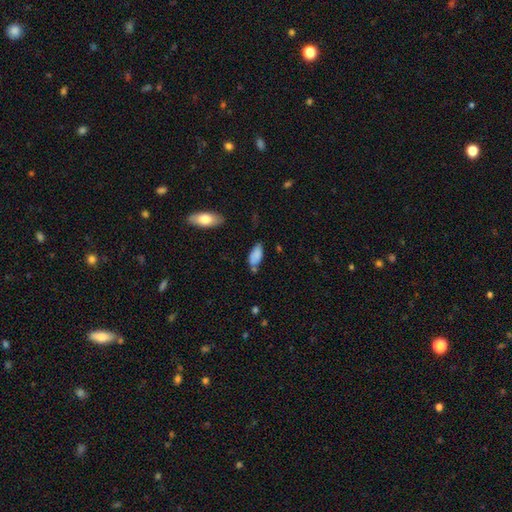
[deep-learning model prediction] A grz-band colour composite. It shows a smooth galaxy with no disk features (83%) that is in between round and cigar-shaped (89%). Merging: none (58%).